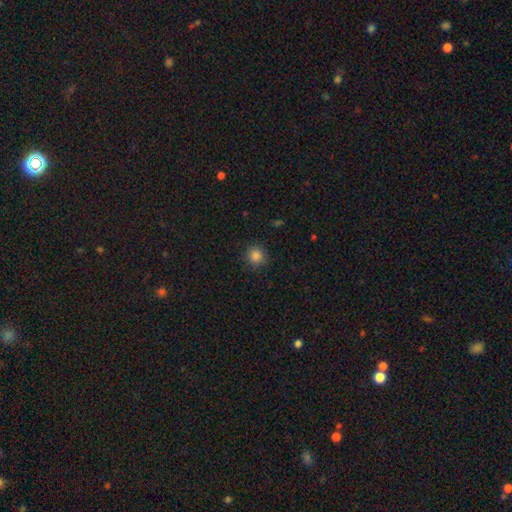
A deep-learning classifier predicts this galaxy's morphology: type=smooth (85%); roundness=round (92%); merging=none (90%).